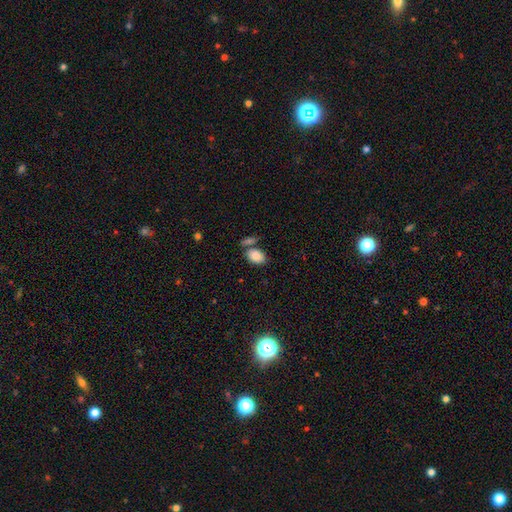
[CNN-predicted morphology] Smooth or featured? Predicted: smooth (p=0.86). How rounded? Predicted: in between (p=0.86). Merging? Predicted: none (p=0.60).